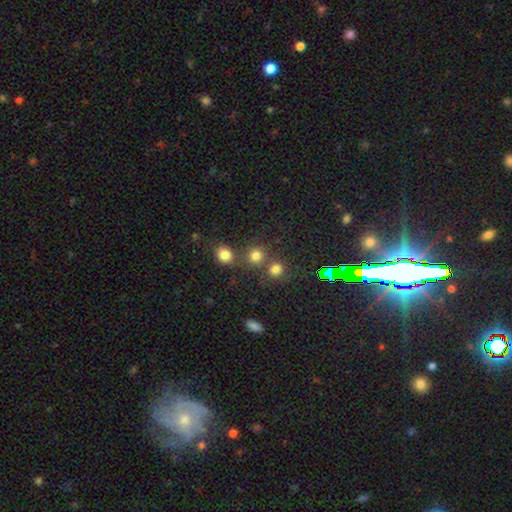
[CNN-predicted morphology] Smooth or featured: smooth — 76% (star or artifact — 17%)
How rounded: round — 89% (in between — 10%)
Merging: none — 66% (merger — 23%)